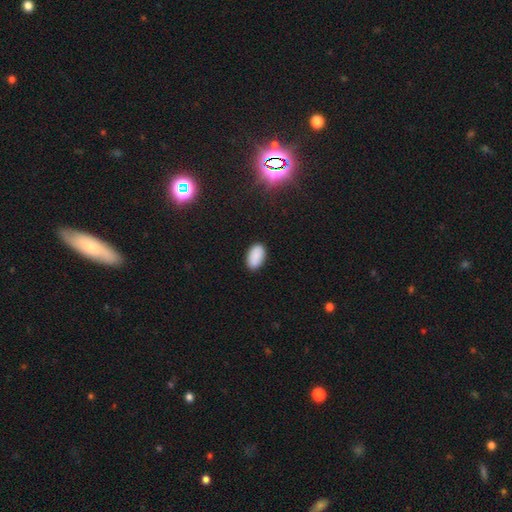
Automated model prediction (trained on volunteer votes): smooth_or_featured: smooth (p=0.89) [alt: star or artifact p=0.08]
how_rounded: in between (p=0.95) [alt: round p=0.04]
merging: none (p=0.88) [alt: minor disturbance p=0.10]